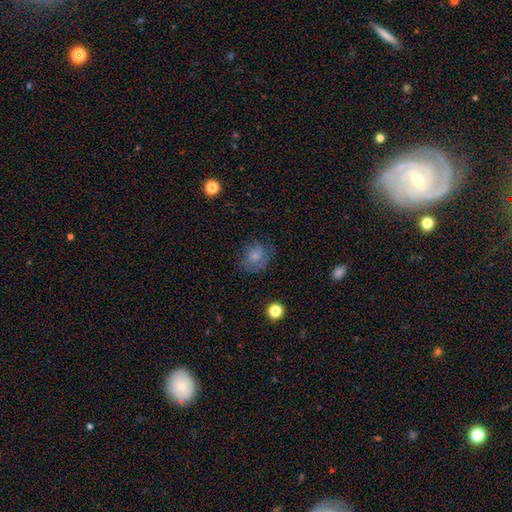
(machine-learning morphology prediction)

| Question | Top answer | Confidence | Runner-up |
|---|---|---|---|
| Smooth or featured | smooth | 71% | featured or disk (18%) |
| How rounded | round | 71% | in between (28%) |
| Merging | none | 64% | minor disturbance (22%) |